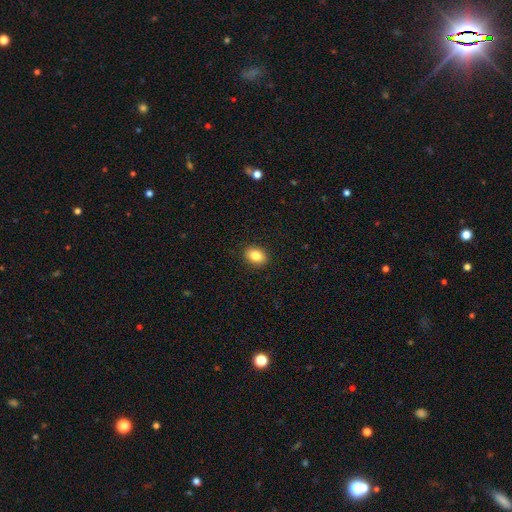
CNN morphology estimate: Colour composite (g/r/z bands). It shows a smooth galaxy with no disk features (84%) that is in between round and cigar-shaped (64%). Merging: none (91%).